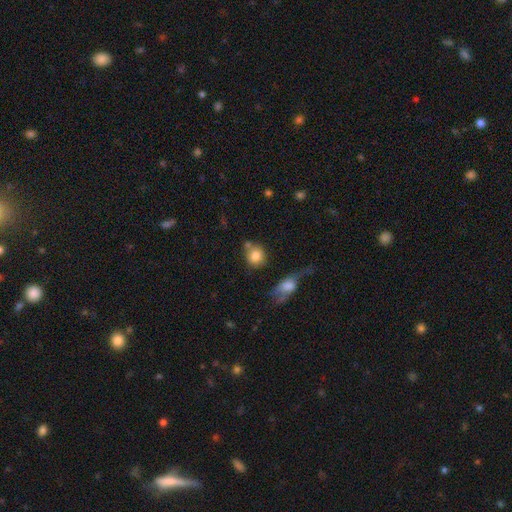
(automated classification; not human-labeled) The model was most divided on "merging": none: 63%, merger: 17%, minor disturbance: 14%, major disturbance: 5%. More confident: how rounded — round (84%); smooth or featured — smooth (81%).